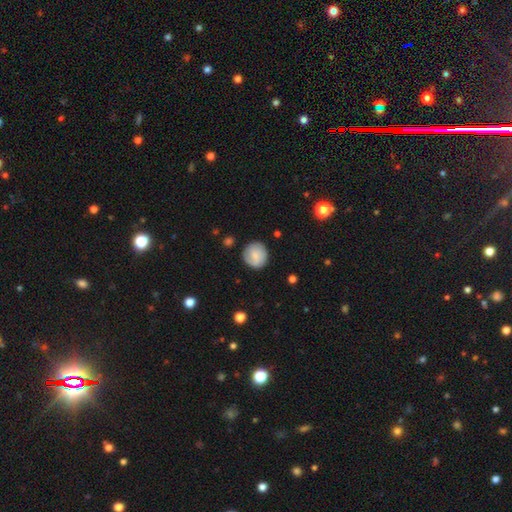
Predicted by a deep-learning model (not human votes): smooth 65%, featured or disk 28%, star or artifact 7%. Down the decision tree: how rounded — round (90%); merging — none (83%).